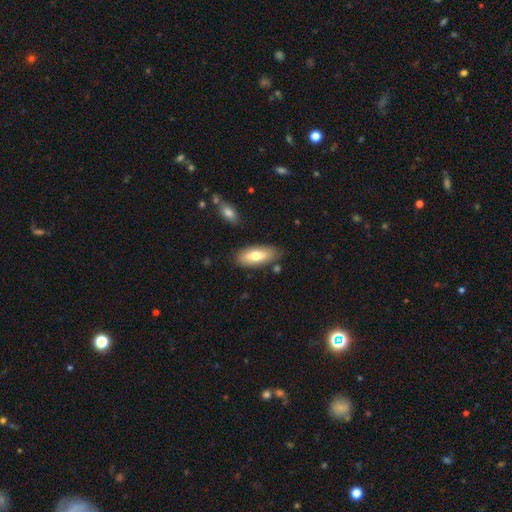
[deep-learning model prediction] This appears to be a smooth galaxy with no disk features (71%) that is in between round and cigar-shaped (81%). Merging: none (80%).